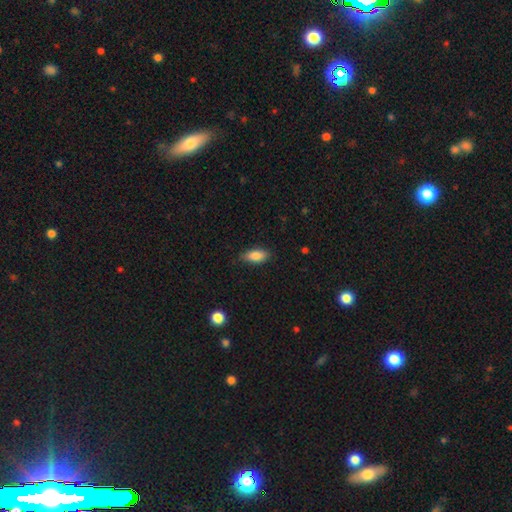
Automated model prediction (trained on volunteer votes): A smooth galaxy with no disk features (85%) that is in between round and cigar-shaped (85%).

Vote fractions:
- Smooth or featured? smooth: 85% / featured or disk: 8% / star or artifact: 7%
- How rounded? in between: 85% / cigar-shaped: 12% / round: 3%
- Merging? none: 83% / minor disturbance: 13% / major disturbance: 3% / merger: 1%